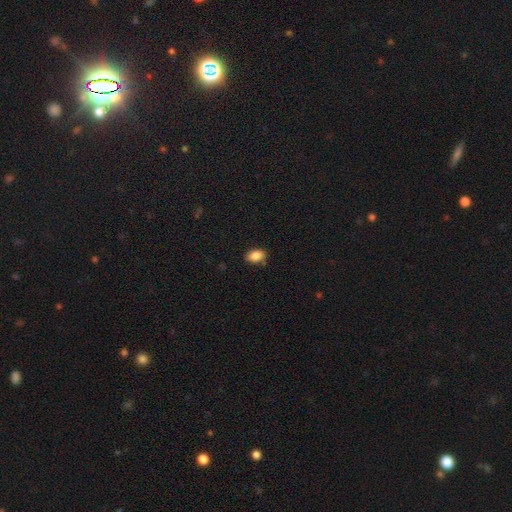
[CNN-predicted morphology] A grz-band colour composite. It shows a smooth galaxy with no disk features (87%) that is in between round and cigar-shaped (86%). Merging: none (83%).